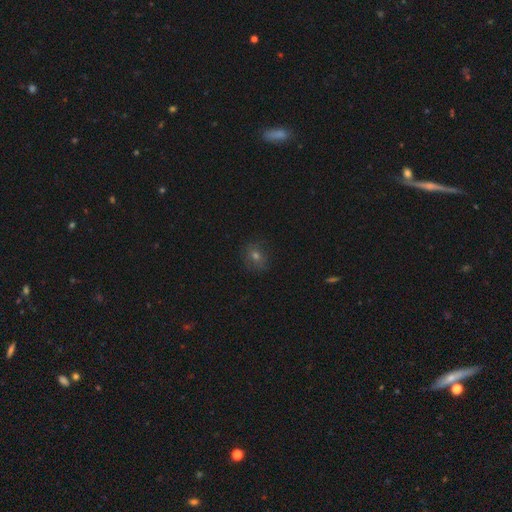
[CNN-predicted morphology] Q: Smooth or featured?
A: smooth (58%); runner-up: star or artifact (26%)
Q: How rounded?
A: round (68%); runner-up: in between (31%)
Q: Merging?
A: none (83%); runner-up: minor disturbance (12%)